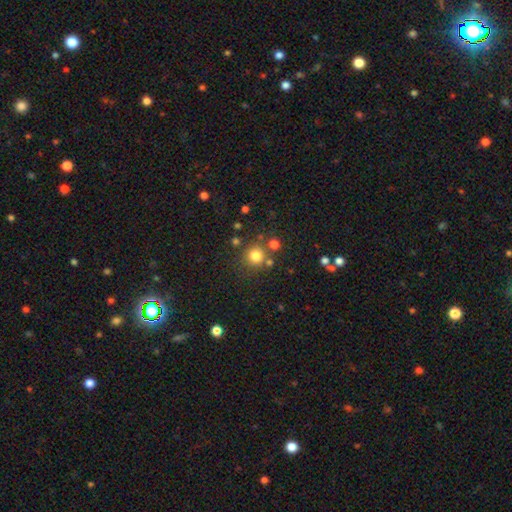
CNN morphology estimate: Overall: smooth (77%). How rounded: round (92%). Merging: none (76%).